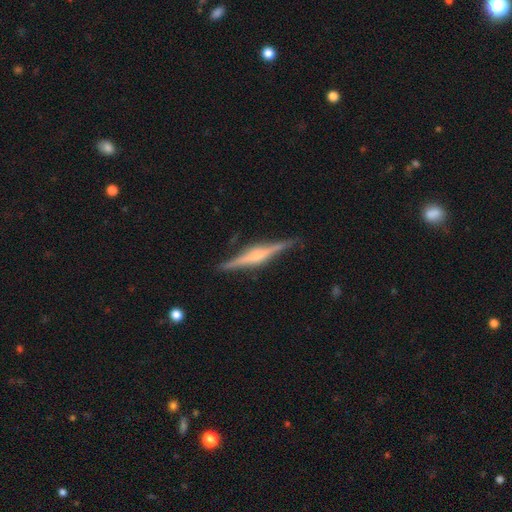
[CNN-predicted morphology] Q: Smooth or featured?
A: featured or disk (80%); runner-up: smooth (14%)
Q: Edge-on disk?
A: yes (98%); runner-up: no (2%)
Q: Edge-on bulge?
A: rounded (70%); runner-up: boxy (22%)
Q: Merging?
A: none (88%); runner-up: minor disturbance (9%)